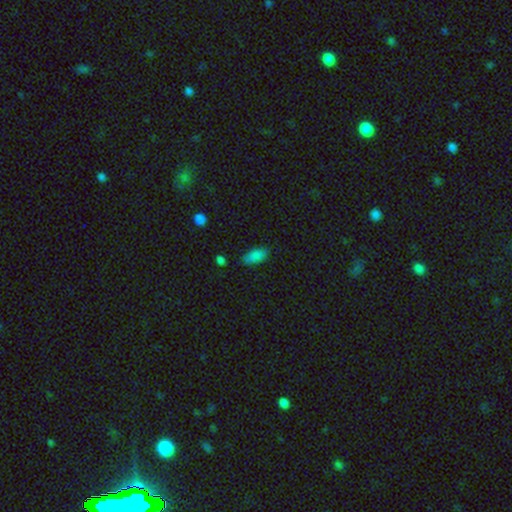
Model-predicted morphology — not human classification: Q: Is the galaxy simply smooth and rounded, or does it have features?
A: smooth — 85%.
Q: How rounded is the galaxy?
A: in between — 89%.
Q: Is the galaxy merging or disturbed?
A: none — 77%.